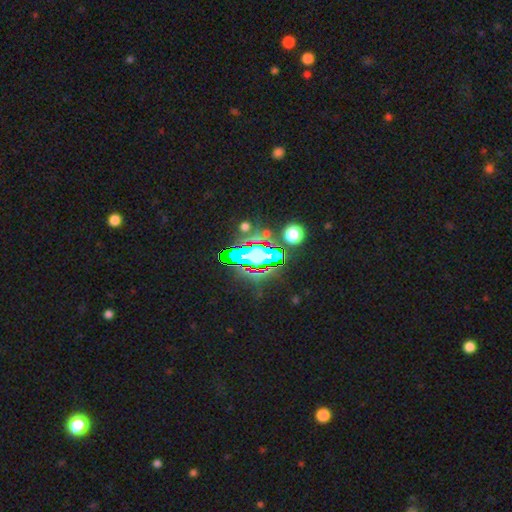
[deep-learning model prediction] A star or artifact, not a galaxy (63%).